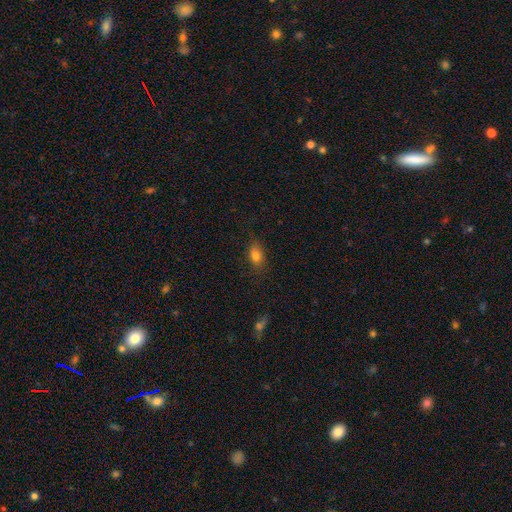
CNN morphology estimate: Overall: smooth (80%). How rounded: in between (78%). Merging: none (79%).